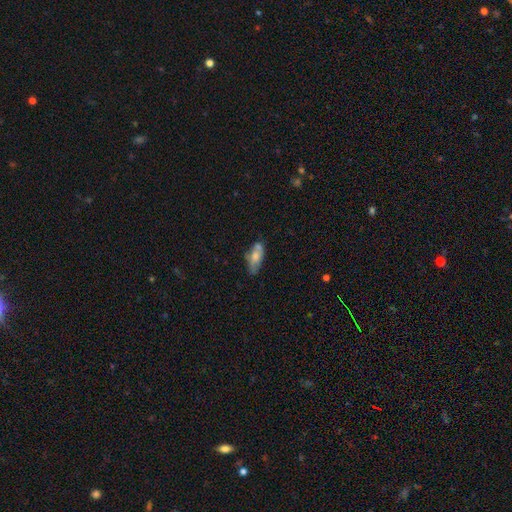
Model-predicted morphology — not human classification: A smooth galaxy with no disk features (64%) that is in between round and cigar-shaped (78%). Merging: none (49%).